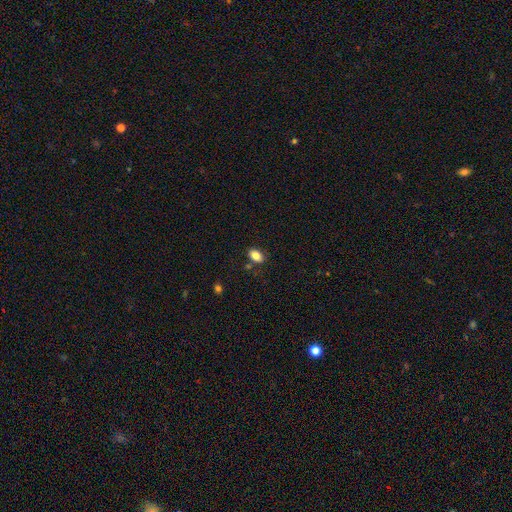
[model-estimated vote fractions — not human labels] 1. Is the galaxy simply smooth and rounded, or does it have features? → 84% smooth, 9% star or artifact, 7% featured or disk.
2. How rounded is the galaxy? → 87% in between, 12% round, 2% cigar-shaped.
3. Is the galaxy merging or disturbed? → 80% none, 12% minor disturbance, 5% merger, 3% major disturbance.